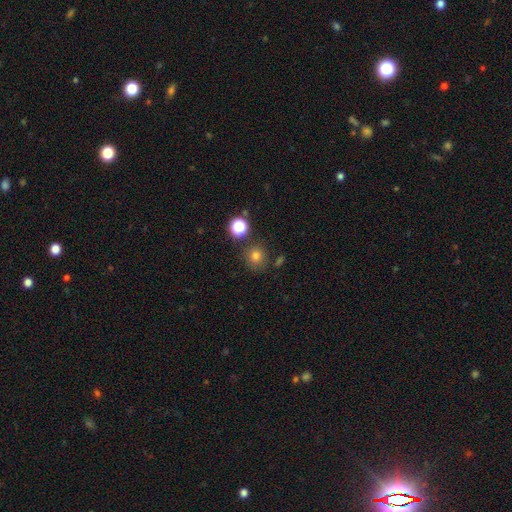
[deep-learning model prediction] smooth_or_featured: smooth (p=0.75) [alt: star or artifact p=0.18]
how_rounded: round (p=0.91) [alt: in between p=0.08]
merging: none (p=0.81) [alt: minor disturbance p=0.10]